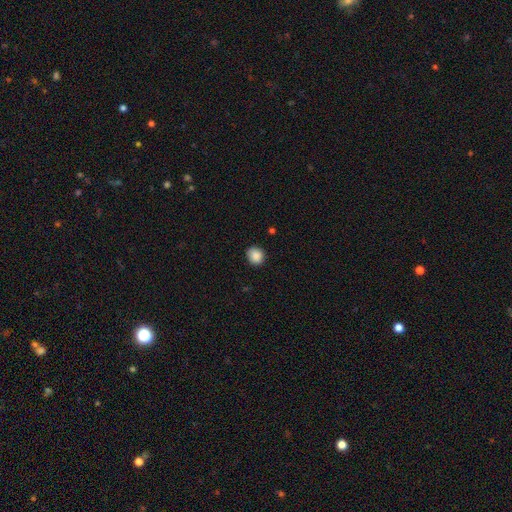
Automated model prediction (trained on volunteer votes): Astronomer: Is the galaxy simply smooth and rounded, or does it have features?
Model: smooth — 88%.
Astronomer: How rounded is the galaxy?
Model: round — 73%.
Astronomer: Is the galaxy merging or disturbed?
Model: none — 85%.